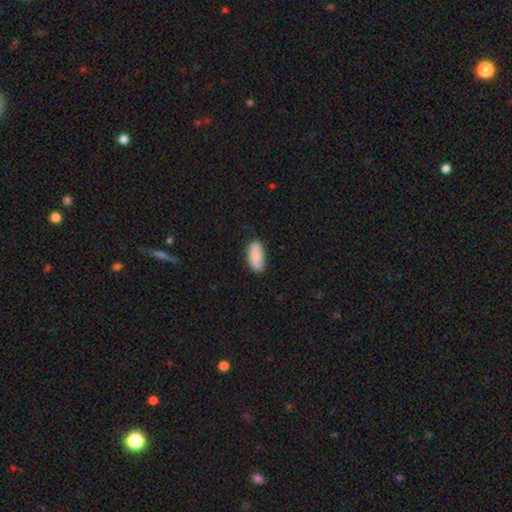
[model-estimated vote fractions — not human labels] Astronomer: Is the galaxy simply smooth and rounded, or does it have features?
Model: smooth — 82%.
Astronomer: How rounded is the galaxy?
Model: in between — 91%.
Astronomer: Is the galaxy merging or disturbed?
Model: none — 82%.